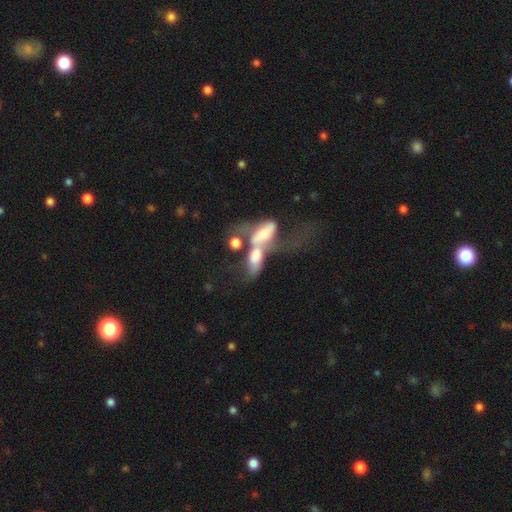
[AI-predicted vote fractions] smooth-or-featured: featured or disk: 48% | smooth: 42% | star or artifact: 10%
  merging: merger: 74% | major disturbance: 14% | none: 7% | minor disturbance: 5%